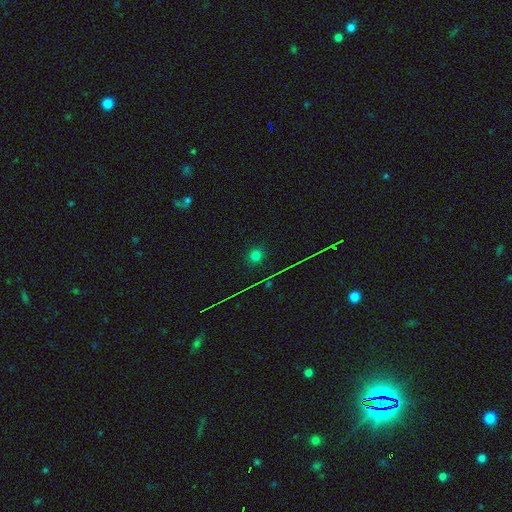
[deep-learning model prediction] The model was most divided on "smooth or featured": smooth: 69%, star or artifact: 24%, featured or disk: 7%. More confident: merging — none (89%); how rounded — round (88%).